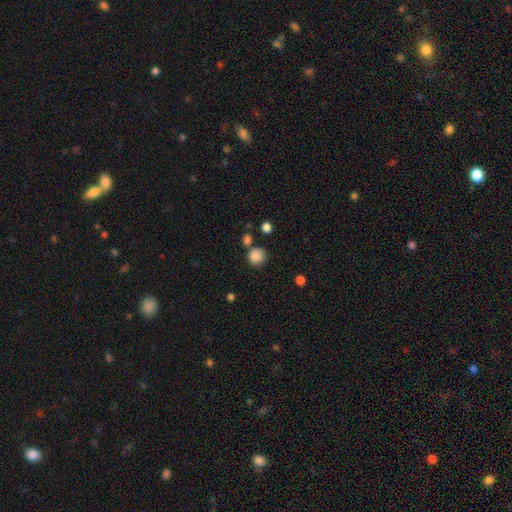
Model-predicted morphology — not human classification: The model was most divided on "merging": none: 72%, merger: 12%, minor disturbance: 12%, major disturbance: 4%. More confident: how rounded — round (91%); smooth or featured — smooth (86%).